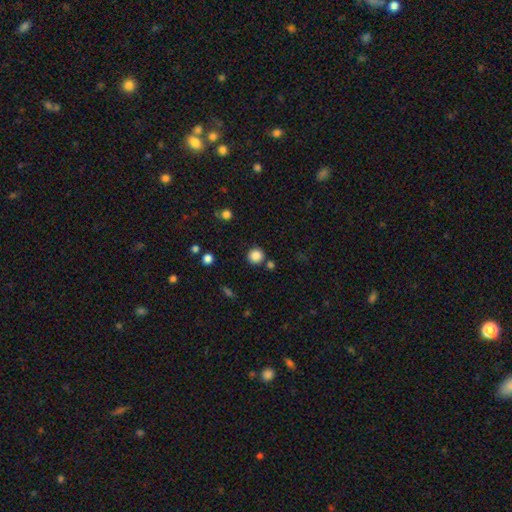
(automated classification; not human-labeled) Smooth or featured? smooth (86%)
How rounded? round (92%)
Merging? none (83%)